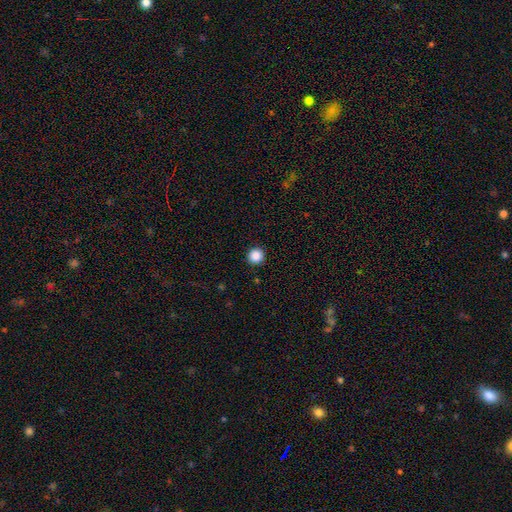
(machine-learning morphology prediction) A smooth galaxy with no disk features (87%) that is round (96%).

Vote fractions:
- Smooth or featured? smooth: 87% / star or artifact: 10% / featured or disk: 2%
- How rounded? round: 96% / in between: 3% / cigar-shaped: 1%
- Merging? none: 92% / minor disturbance: 5% / major disturbance: 2% / merger: 1%